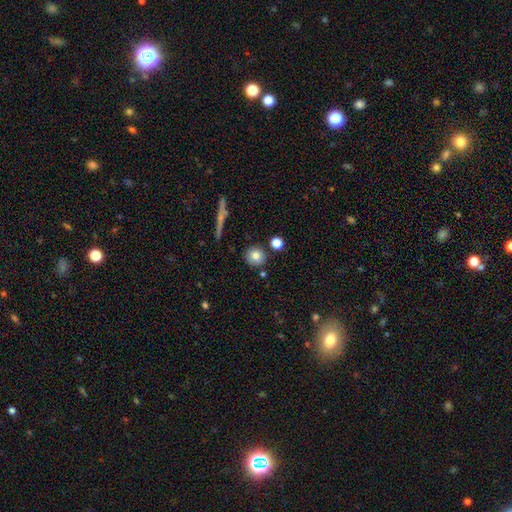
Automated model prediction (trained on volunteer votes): smooth 80%, featured or disk 10%, star or artifact 10%. Down the decision tree: how rounded — round (90%); merging — none (83%).